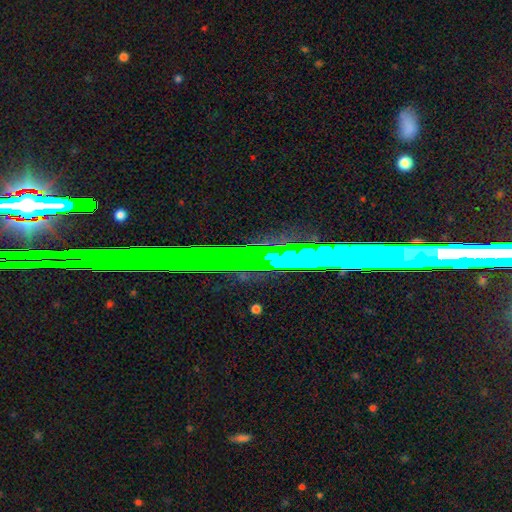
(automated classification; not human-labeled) Smooth or featured? Predicted: star or artifact (p=0.57).